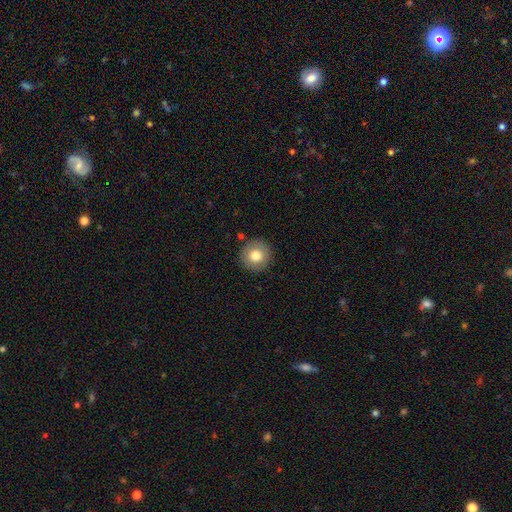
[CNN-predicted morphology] This is likely a smooth galaxy (77%). How rounded: clearly round (95%). Merging: clearly none (89%).